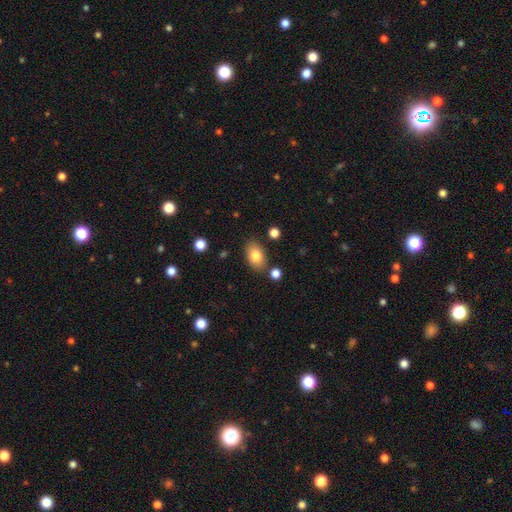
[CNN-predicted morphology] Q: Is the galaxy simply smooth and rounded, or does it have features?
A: smooth — 81%.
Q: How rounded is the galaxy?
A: in between — 88%.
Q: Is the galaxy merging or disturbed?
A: none — 82%.